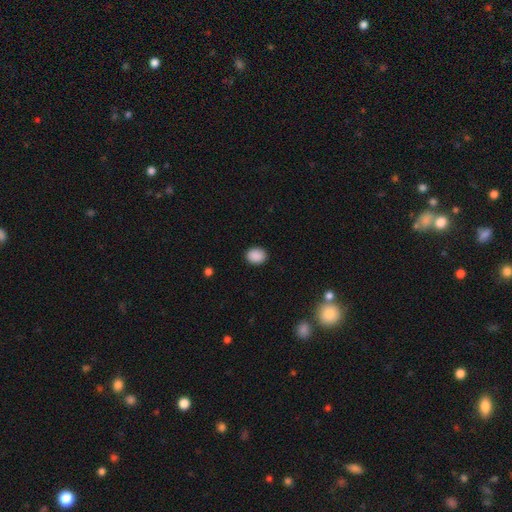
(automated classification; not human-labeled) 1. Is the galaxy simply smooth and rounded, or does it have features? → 89% smooth, 8% star or artifact, 2% featured or disk.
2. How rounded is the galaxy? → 52% round, 47% in between, 1% cigar-shaped.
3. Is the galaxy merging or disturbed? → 90% none, 7% minor disturbance, 2% major disturbance, 1% merger.